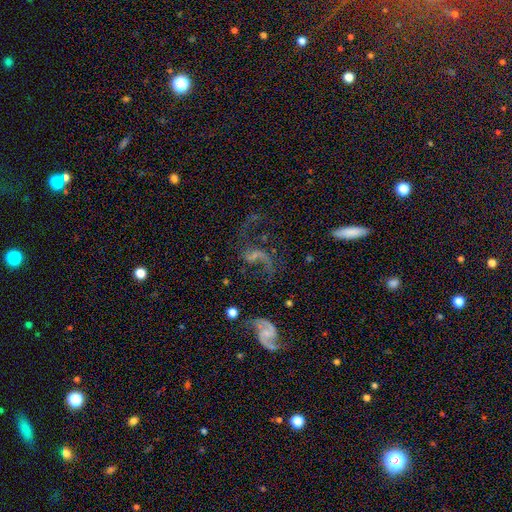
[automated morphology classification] Smooth or featured: featured or disk — 75% (star or artifact — 13%)
Edge-on disk: no — 97% (yes — 3%)
Bar: no — 42% (weak — 39%)
Spiral arms: yes — 88% (no — 12%)
Spiral winding: loose — 79% (medium — 17%)
Spiral arm count: 2 — 84% (1 — 9%)
Bulge size: none — 48% (small — 36%)
Merging: none — 41% (major disturbance — 33%)